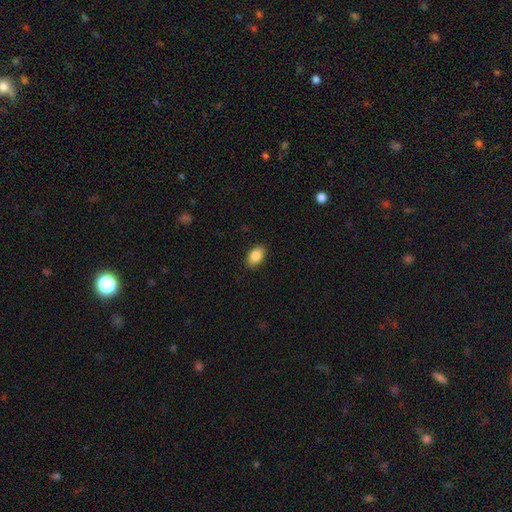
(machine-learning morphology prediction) This appears to be a smooth galaxy with no disk features (86%) that is in between round and cigar-shaped (89%). Merging: none (88%).